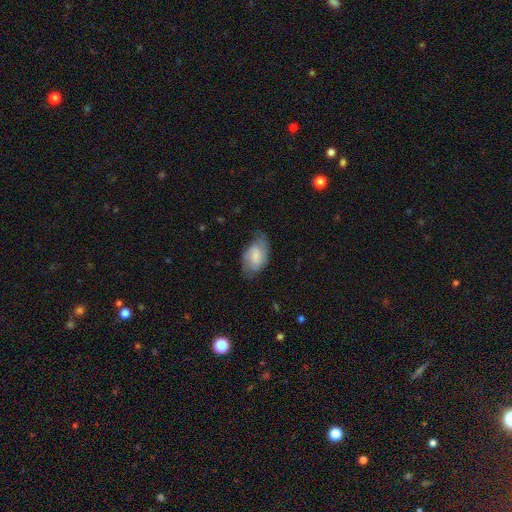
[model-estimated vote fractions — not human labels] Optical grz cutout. It shows a smooth galaxy with no disk features (57%) that is in between round and cigar-shaped (92%). Merging: none (61%).